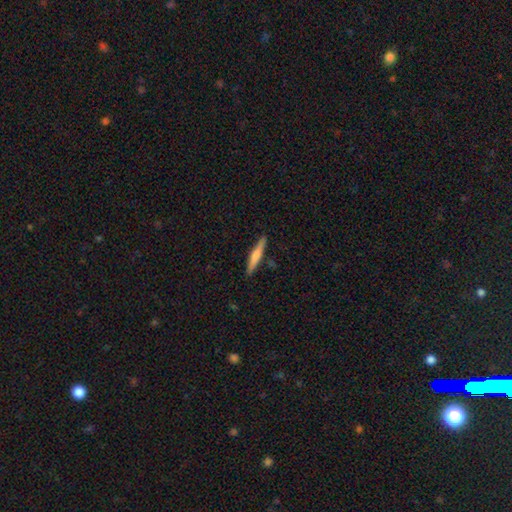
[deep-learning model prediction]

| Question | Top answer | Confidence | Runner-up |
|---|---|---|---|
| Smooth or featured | smooth | 59% | featured or disk (36%) |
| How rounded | cigar-shaped | 93% | in between (6%) |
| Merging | none | 89% | minor disturbance (8%) |